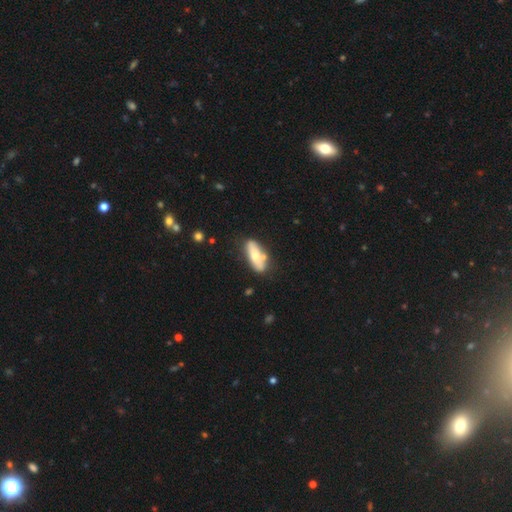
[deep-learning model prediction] Morphology: type=smooth (63%); roundness=in between (66%); merging=none (66%).